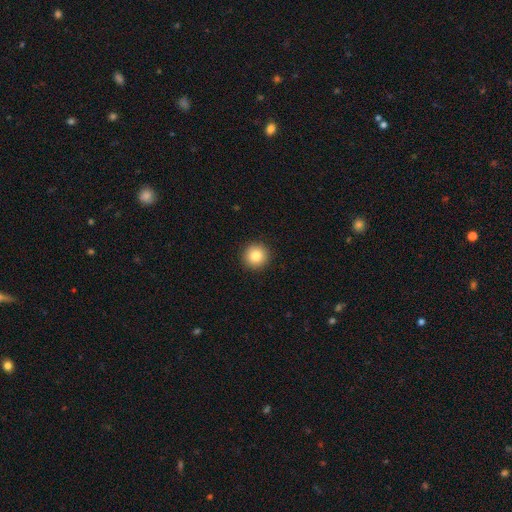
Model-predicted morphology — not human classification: This is clearly a smooth galaxy (83%). How rounded: clearly round (96%). Merging: clearly none (93%).